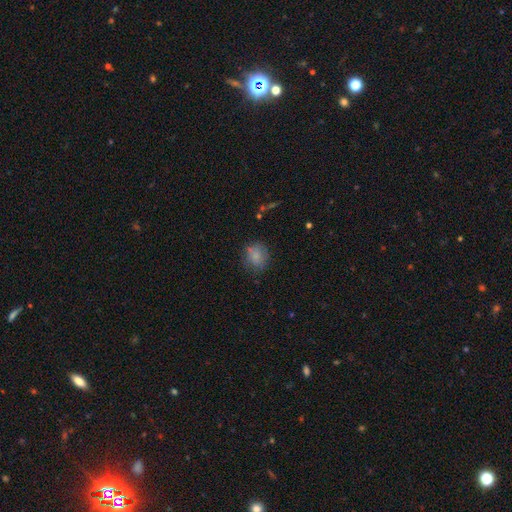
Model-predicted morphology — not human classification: This appears to be a smooth galaxy with no disk features (78%) that is round (71%). Merging: none (69%).